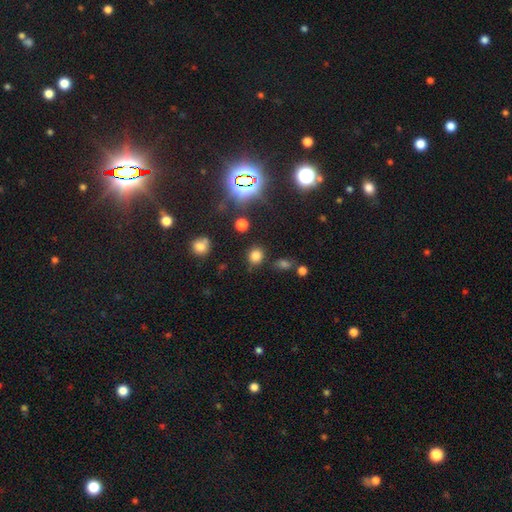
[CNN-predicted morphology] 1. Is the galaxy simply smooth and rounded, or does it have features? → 74% smooth, 20% star or artifact, 6% featured or disk.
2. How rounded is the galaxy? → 82% round, 17% in between, 1% cigar-shaped.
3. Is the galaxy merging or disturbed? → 82% none, 9% minor disturbance, 5% merger, 4% major disturbance.